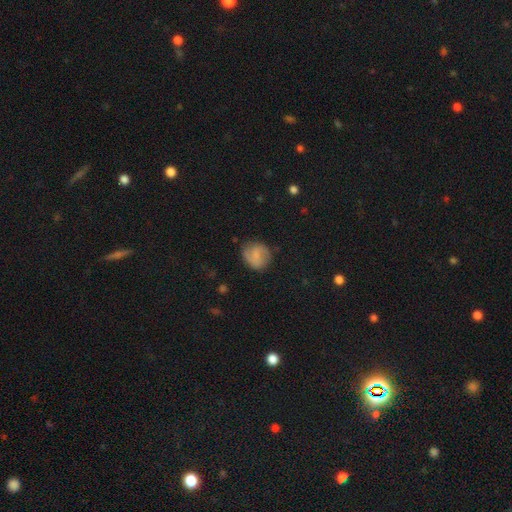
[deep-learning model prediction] Smooth or featured? Predicted: smooth (p=0.51). How rounded? Predicted: round (p=0.76). Merging? Predicted: none (p=0.74).